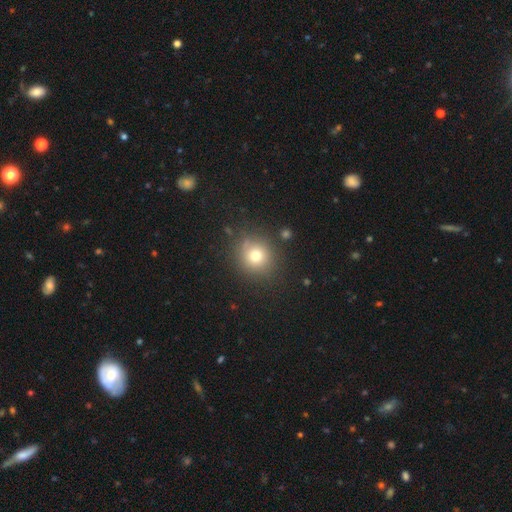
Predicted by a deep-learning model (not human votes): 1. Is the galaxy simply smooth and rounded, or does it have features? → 74% smooth, 15% star or artifact, 11% featured or disk.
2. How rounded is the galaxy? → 87% round, 12% in between, 1% cigar-shaped.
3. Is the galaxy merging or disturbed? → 81% none, 11% minor disturbance, 4% major disturbance, 3% merger.